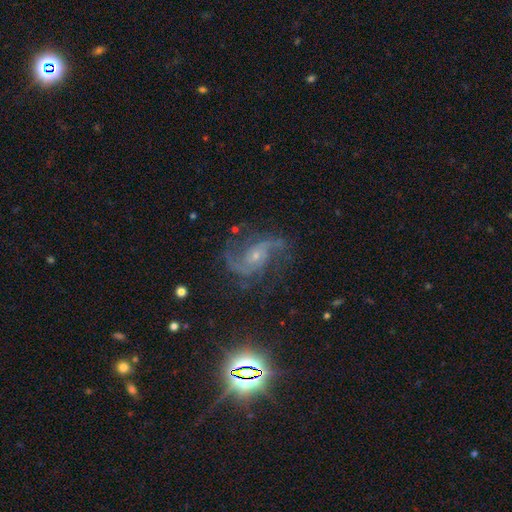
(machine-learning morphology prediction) Smooth or featured? Predicted: featured or disk (p=0.82). Edge-on disk? Predicted: no (p=0.97). Bar? Predicted: no (p=0.57). Spiral arms? Predicted: yes (p=0.97). Spiral winding? Predicted: medium (p=0.46). Spiral arm count? Predicted: 2 (p=0.75). Bulge size? Predicted: small (p=0.69). Merging? Predicted: none (p=0.70).